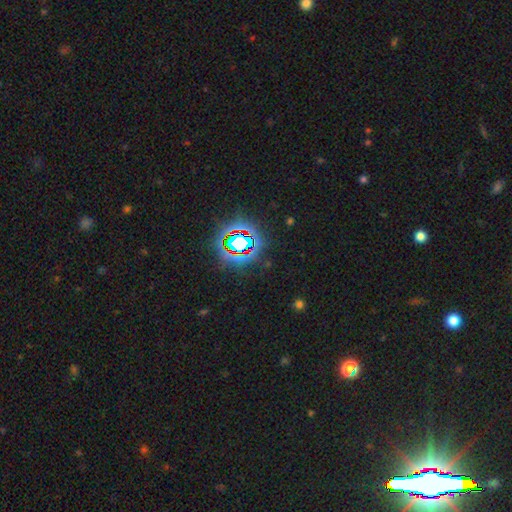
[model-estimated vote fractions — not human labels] Smooth or featured? star or artifact (80%)